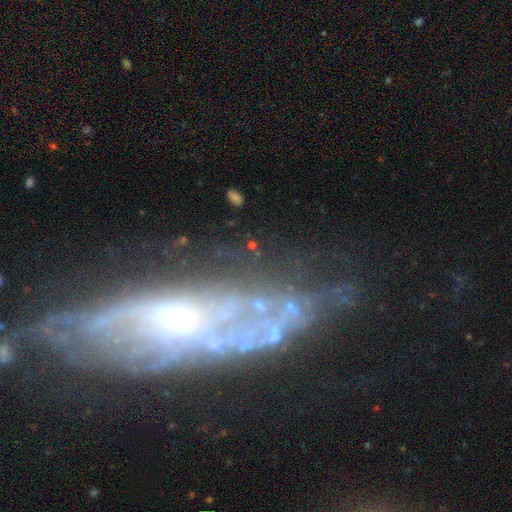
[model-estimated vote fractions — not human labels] The model was most divided on "bulge size": moderate: 45%, small: 38%, none: 10%, large: 6%, dominant: 2%. More confident: smooth or featured — featured or disk (76%); edge-on disk — no (71%); spiral arms — yes (61%); bar — no (60%); merging — none (54%).